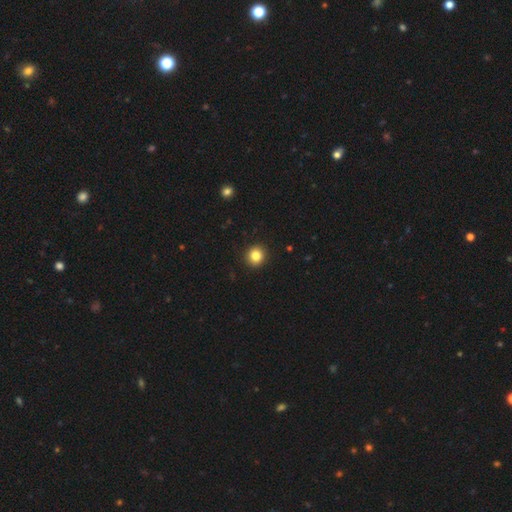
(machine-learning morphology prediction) This appears to be a smooth galaxy with no disk features (84%) that is round (90%). Merging: none (92%).